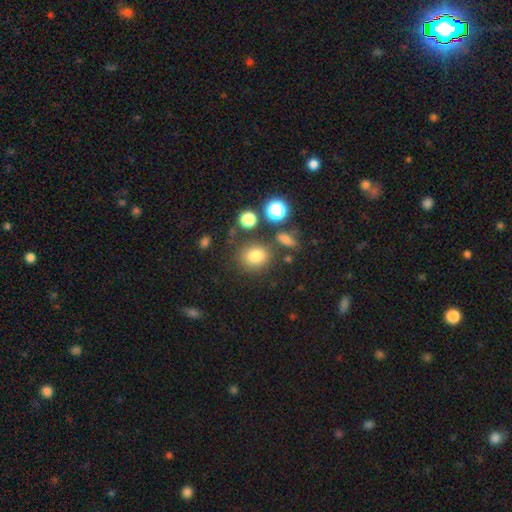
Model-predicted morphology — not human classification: This appears to be a smooth galaxy with no disk features (78%) that is round (68%). Merging: none (74%).